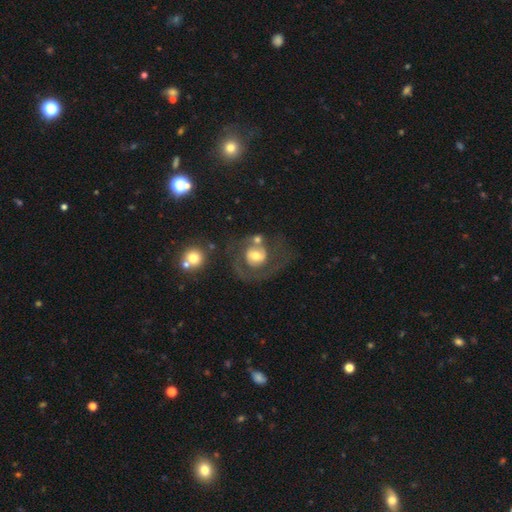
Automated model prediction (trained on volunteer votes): This is likely a featured or disk galaxy (70%). It is clearly not viewed edge-on (97%). Bar: likely no (62%). Spiral arm pattern: clearly yes (81%). Spiral arm count: likely 2 (68%). Spiral winding: possibly medium (47%). Central bulge: likely moderate (65%). Merging: possibly none (46%).